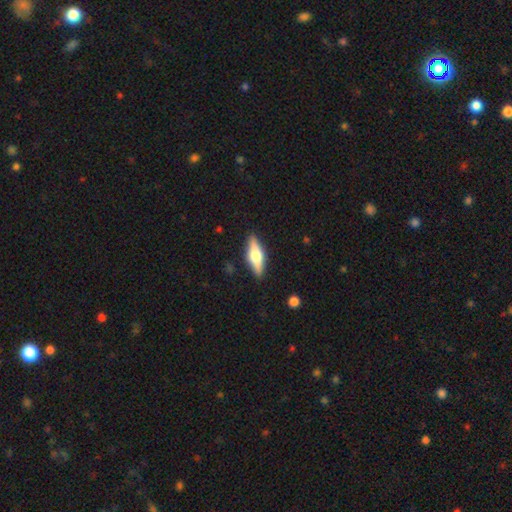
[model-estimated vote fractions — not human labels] Smooth or featured? featured or disk (58%)
Edge-on disk? yes (94%)
Edge-on bulge? rounded (92%)
Merging? none (89%)